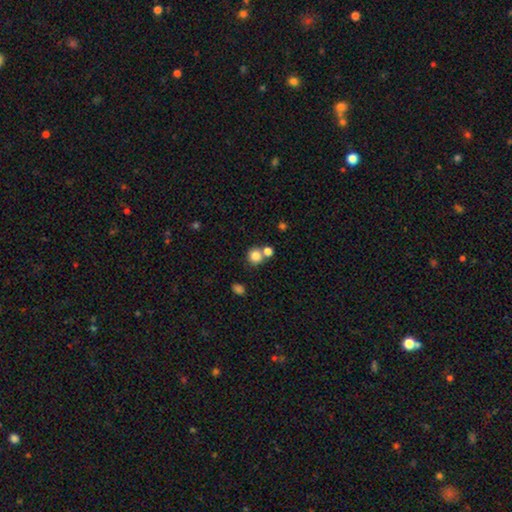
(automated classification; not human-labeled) smooth-or-featured: smooth: 82% | star or artifact: 11% | featured or disk: 7%
  how-rounded: round: 89% | in between: 10% | cigar-shaped: 1%
  merging: none: 60% | merger: 29% | minor disturbance: 8% | major disturbance: 3%